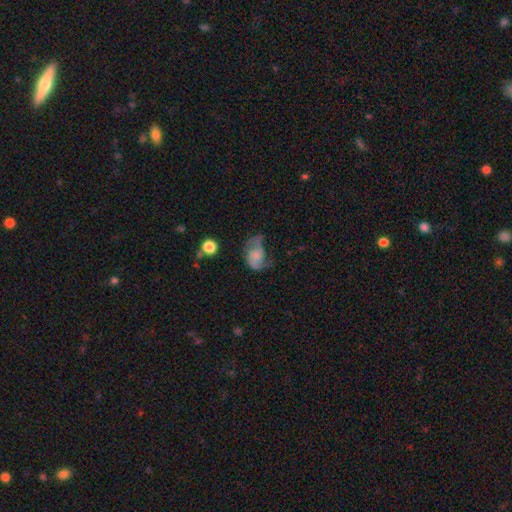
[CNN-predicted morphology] This appears to be a featured or disk galaxy (57%) with no bar (70%), spiral arms (81%) and no central bulge (52%). Merging: none (36%).